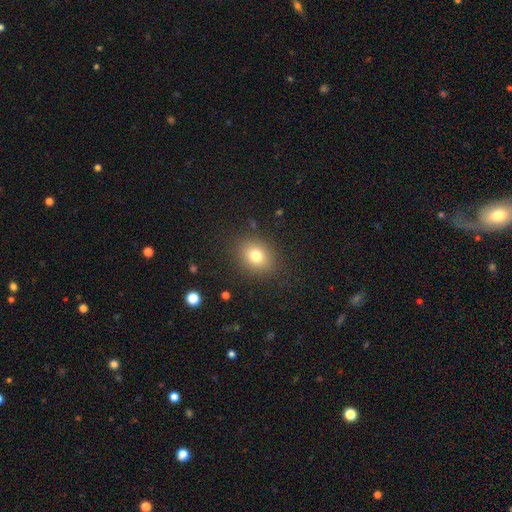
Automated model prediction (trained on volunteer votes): Smooth or featured: smooth — 77% (star or artifact — 13%)
How rounded: round — 53% (in between — 46%)
Merging: none — 86% (minor disturbance — 9%)